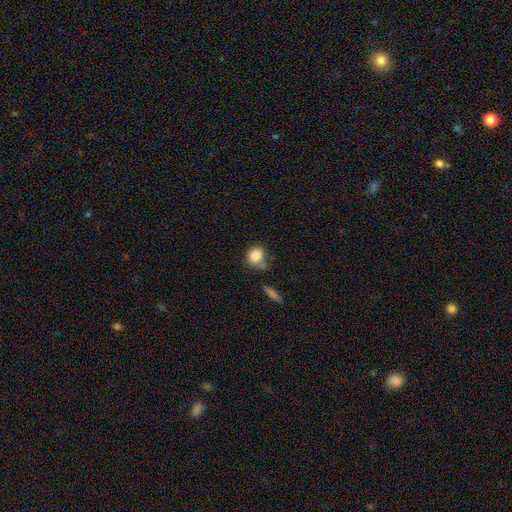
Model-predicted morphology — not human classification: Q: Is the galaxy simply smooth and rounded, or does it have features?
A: smooth — 84%.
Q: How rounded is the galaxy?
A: round — 71%.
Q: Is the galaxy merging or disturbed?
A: none — 51%.